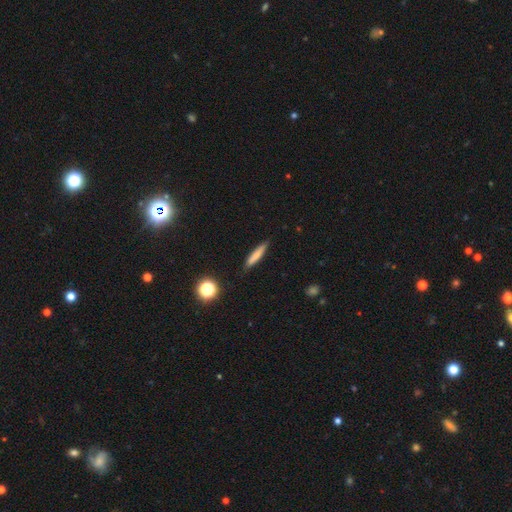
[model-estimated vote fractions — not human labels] smooth-or-featured: smooth: 73% | featured or disk: 18% | star or artifact: 9%
  how-rounded: cigar-shaped: 89% | in between: 8% | round: 2%
  merging: none: 86% | minor disturbance: 10% | major disturbance: 2% | merger: 1%